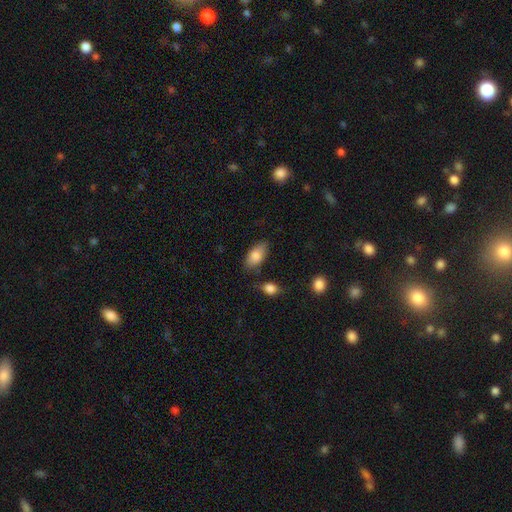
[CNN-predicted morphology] Smooth or featured? smooth (84%)
How rounded? in between (91%)
Merging? none (73%)